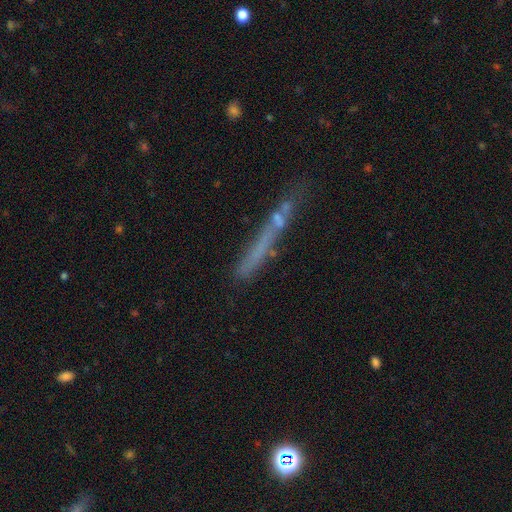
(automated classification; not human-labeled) Smooth or featured? Predicted: smooth (p=0.45). Merging? Predicted: none (p=0.53).